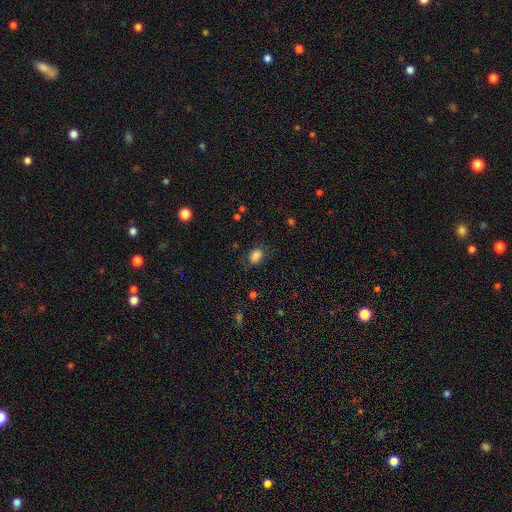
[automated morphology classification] Smooth or featured? smooth (84%)
How rounded? in between (71%)
Merging? none (76%)